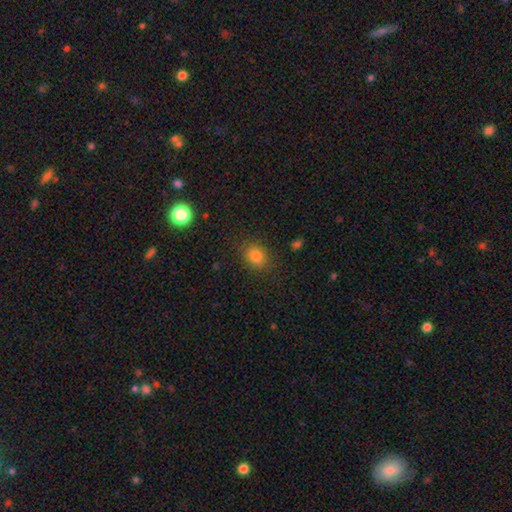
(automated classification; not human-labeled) This appears to be a smooth galaxy with no disk features (80%) that is round (51%). Merging: none (83%).